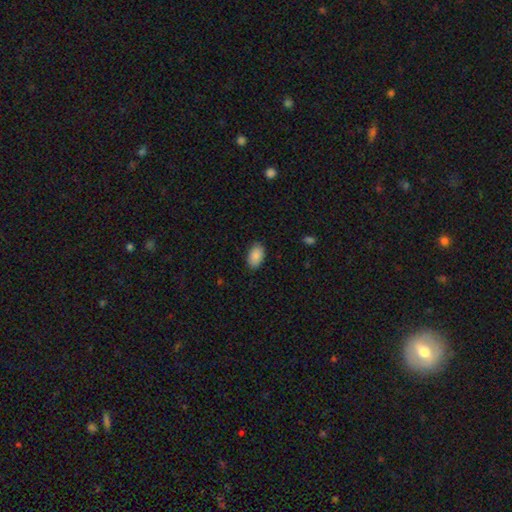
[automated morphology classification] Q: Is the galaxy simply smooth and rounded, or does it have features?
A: smooth — 88%.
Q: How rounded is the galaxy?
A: in between — 92%.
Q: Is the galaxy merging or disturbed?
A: none — 85%.